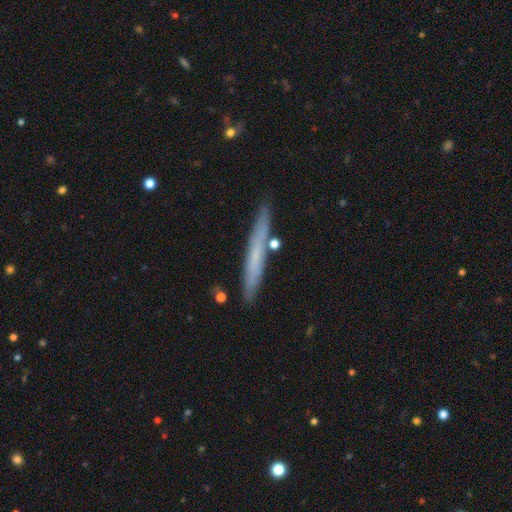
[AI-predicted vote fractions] Smooth or featured: smooth — 54% (featured or disk — 39%)
How rounded: cigar-shaped — 96% (in between — 3%)
Merging: none — 85% (minor disturbance — 9%)